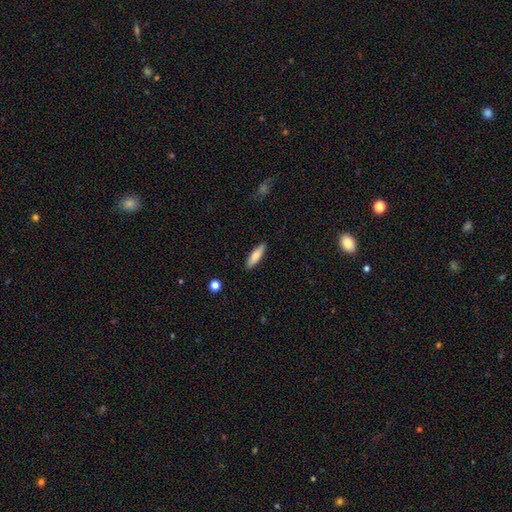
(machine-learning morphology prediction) type=smooth (80%); roundness=cigar-shaped (59%); merging=none (89%).